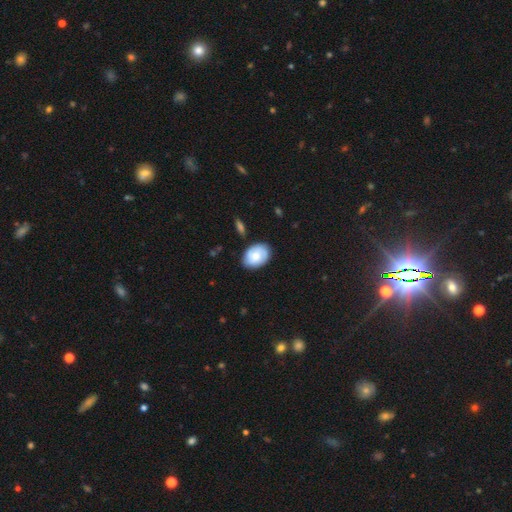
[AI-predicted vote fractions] This appears to be a smooth galaxy with no disk features (68%) that is in between round and cigar-shaped (75%). Merging: none (77%).